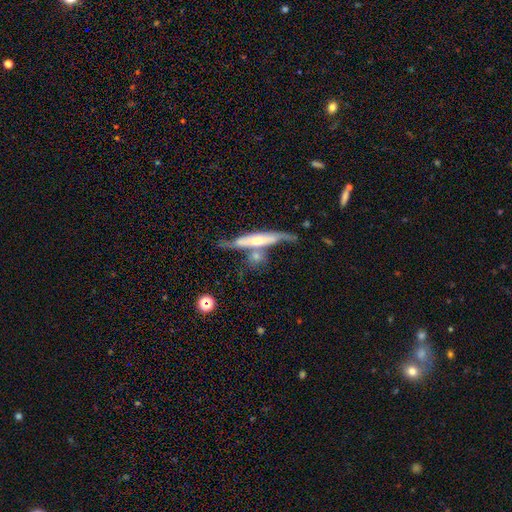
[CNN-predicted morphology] type=featured or disk (64%); edge-on=yes (79%); edge-on bulge=rounded (62%); merging=none (46%).